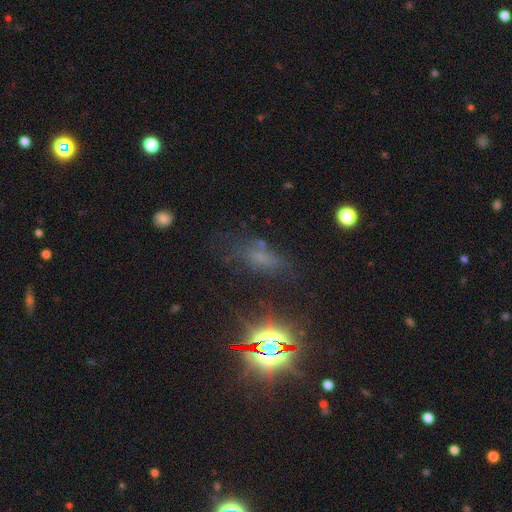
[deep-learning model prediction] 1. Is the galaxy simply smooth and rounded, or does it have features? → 48% star or artifact, 31% smooth, 21% featured or disk.